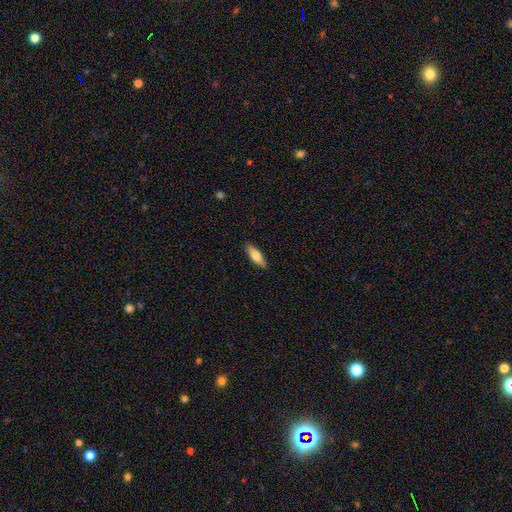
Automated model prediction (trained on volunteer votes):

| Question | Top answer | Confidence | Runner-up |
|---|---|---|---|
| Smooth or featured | smooth | 75% | featured or disk (19%) |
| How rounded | in between | 55% | cigar-shaped (43%) |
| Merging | none | 87% | minor disturbance (10%) |